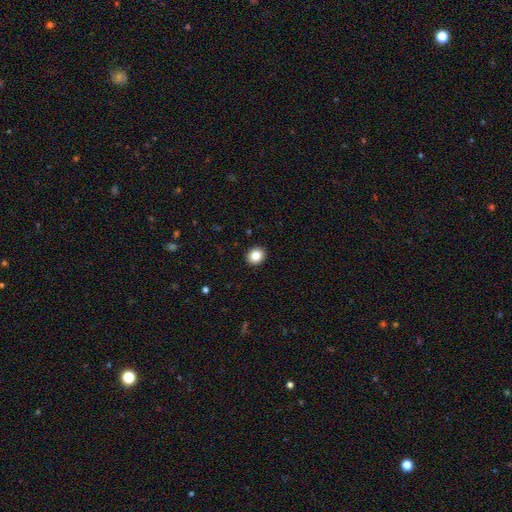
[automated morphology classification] Smooth or featured? Predicted: smooth (p=0.86). How rounded? Predicted: round (p=0.68). Merging? Predicted: none (p=0.92).